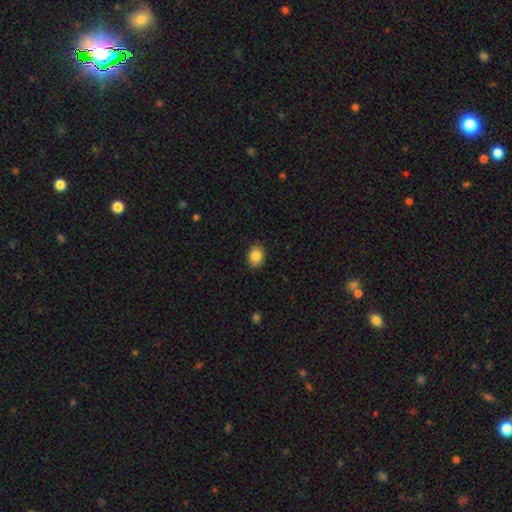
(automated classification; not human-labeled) Smooth or featured? Predicted: smooth (p=0.86). How rounded? Predicted: in between (p=0.60). Merging? Predicted: none (p=0.89).